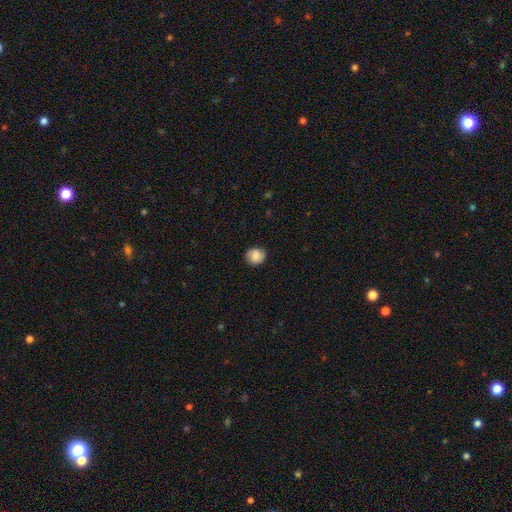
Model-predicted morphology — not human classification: Q: Smooth or featured?
A: smooth (80%); runner-up: featured or disk (11%)
Q: How rounded?
A: round (80%); runner-up: in between (19%)
Q: Merging?
A: none (87%); runner-up: minor disturbance (9%)